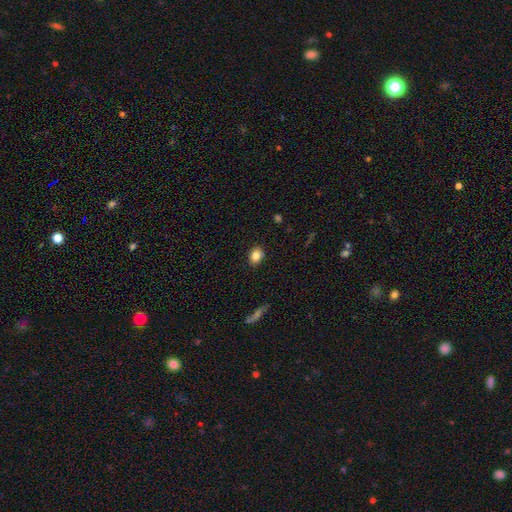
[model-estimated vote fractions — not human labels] A smooth galaxy with no disk features (82%) that is in between round and cigar-shaped (54%). Merging: none (88%).